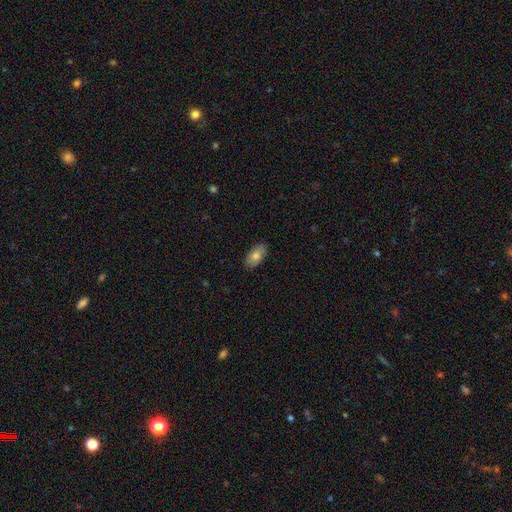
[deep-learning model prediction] This appears to be a smooth galaxy with no disk features (79%) that is in between round and cigar-shaped (92%). Merging: none (87%).